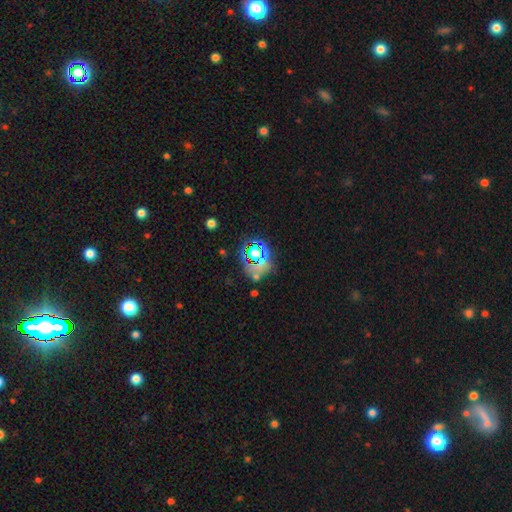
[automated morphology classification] Smooth or featured? Predicted: star or artifact (p=0.58).